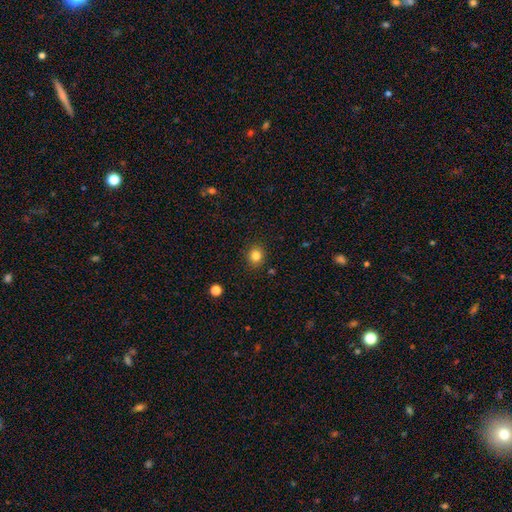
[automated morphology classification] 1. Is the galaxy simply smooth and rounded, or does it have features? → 83% smooth, 12% star or artifact, 5% featured or disk.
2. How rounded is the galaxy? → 78% round, 21% in between, 1% cigar-shaped.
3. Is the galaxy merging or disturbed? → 89% none, 8% minor disturbance, 2% major disturbance, 1% merger.